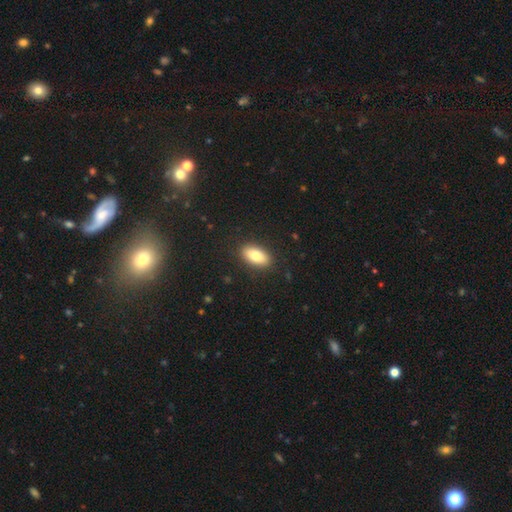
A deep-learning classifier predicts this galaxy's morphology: smooth 80%, featured or disk 13%, star or artifact 7%. Down the decision tree: how rounded — in between (90%); merging — none (88%).